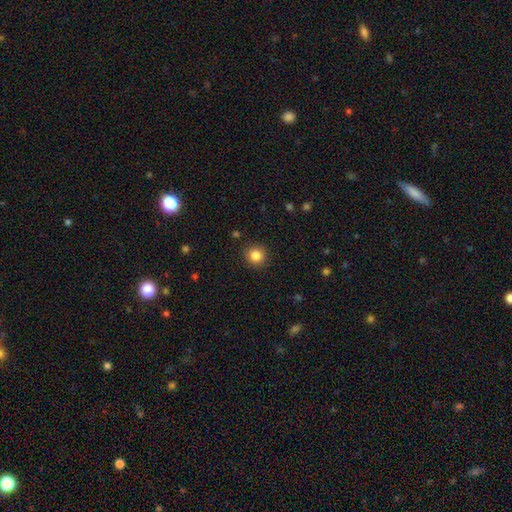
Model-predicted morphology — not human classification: Smooth or featured? smooth (84%)
How rounded? round (92%)
Merging? none (91%)